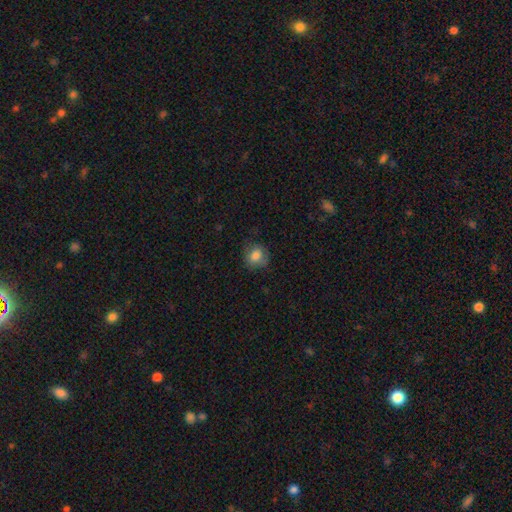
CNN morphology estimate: Smooth or featured: smooth — 81% (featured or disk — 10%)
How rounded: round — 74% (in between — 25%)
Merging: none — 75% (minor disturbance — 18%)